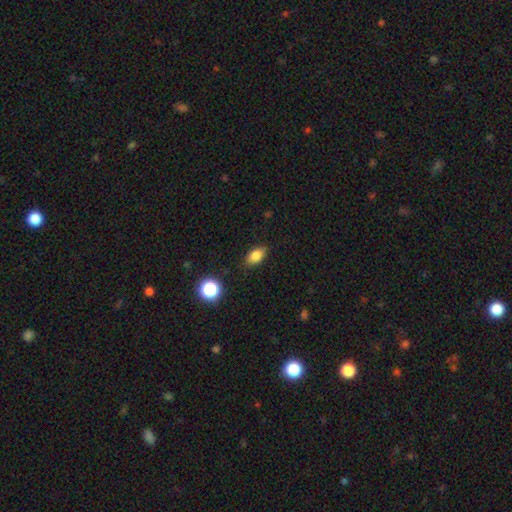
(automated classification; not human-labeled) The model was most divided on "smooth or featured": smooth: 82%, star or artifact: 11%, featured or disk: 7%. More confident: how rounded — in between (85%); merging — none (85%).